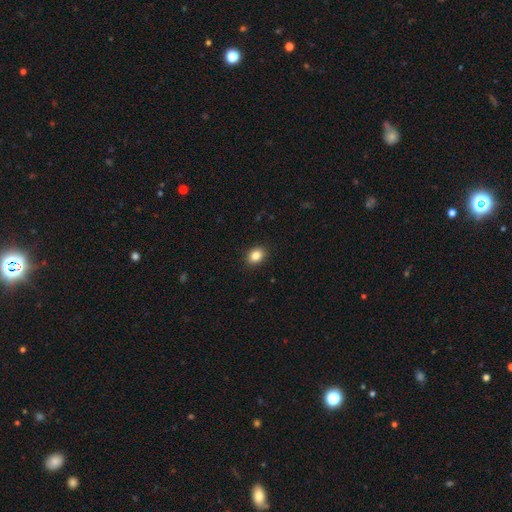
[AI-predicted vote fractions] smooth 85%, star or artifact 10%, featured or disk 6%. Down the decision tree: how rounded — in between (60%); merging — none (90%).